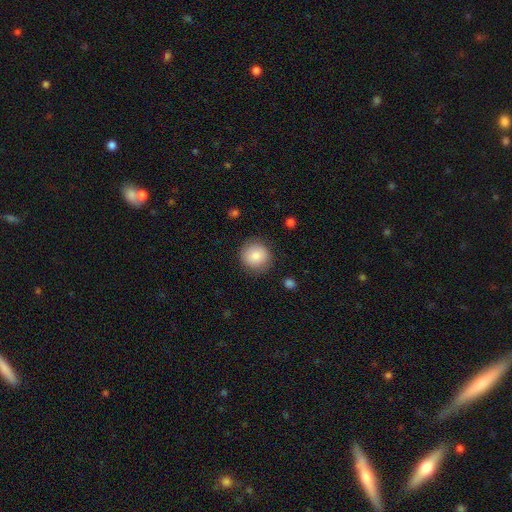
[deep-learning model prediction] Smooth or featured? Predicted: smooth (p=0.84). How rounded? Predicted: round (p=0.92). Merging? Predicted: none (p=0.86).